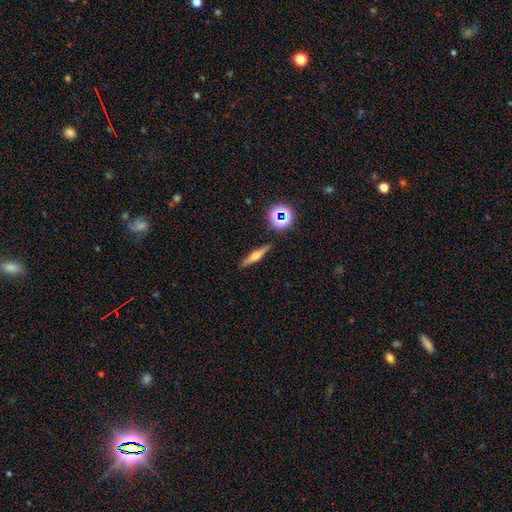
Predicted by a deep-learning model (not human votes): A featured or disk galaxy (54%) viewed edge-on (96%) with a rounded central bulge (84%). Merging: none (89%).